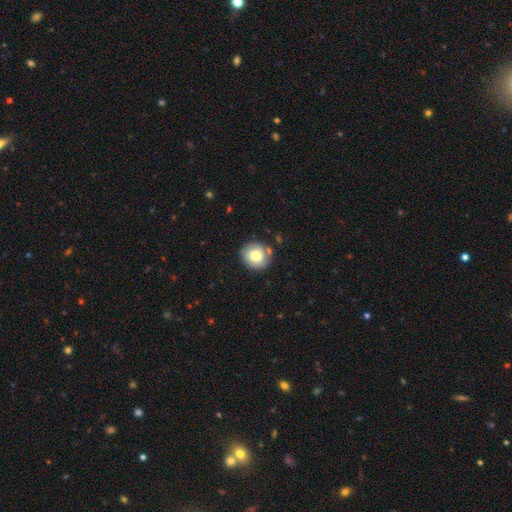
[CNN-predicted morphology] Smooth or featured?
  - smooth: 76% *
  - featured or disk: 15%
  - star or artifact: 9%
How rounded?
  - round: 87% *
  - in between: 12%
  - cigar-shaped: 1%
Merging?
  - none: 80% *
  - minor disturbance: 13%
  - merger: 5%
  - major disturbance: 3%